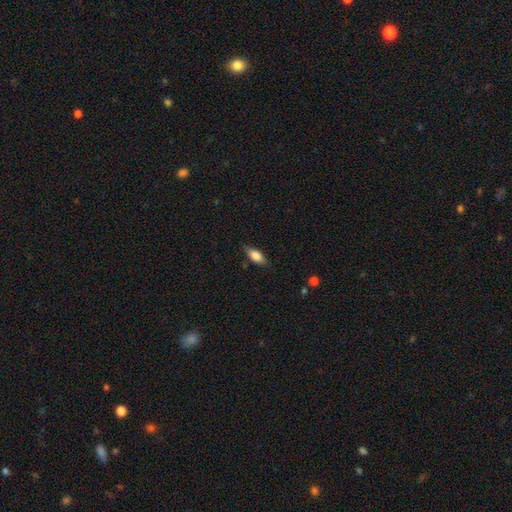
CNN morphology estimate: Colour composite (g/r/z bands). It shows a smooth galaxy with no disk features (74%) that is in between round and cigar-shaped (80%). Merging: none (80%).